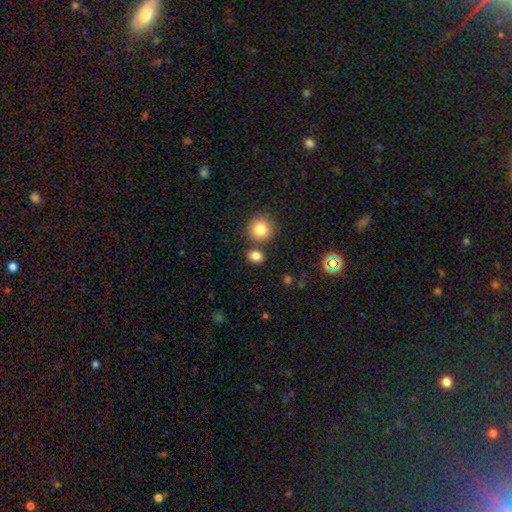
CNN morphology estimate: smooth 83%, star or artifact 11%, featured or disk 6%. Down the decision tree: how rounded — round (54%); merging — none (70%).